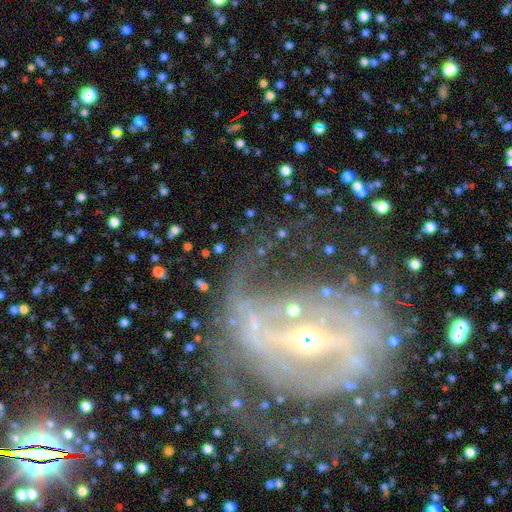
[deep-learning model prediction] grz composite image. It shows a featured or disk galaxy (84%) with a strong bar (62%), 2 (68%) loose (40%) spiral arms (85%) and a small central bulge (56%). Merging: none (54%).